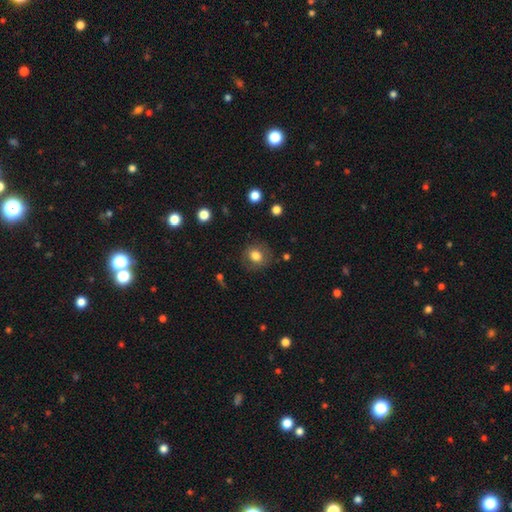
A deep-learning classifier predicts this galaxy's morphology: The model was most divided on "how rounded": round: 78%, in between: 21%, cigar-shaped: 1%. More confident: merging — none (81%); smooth or featured — smooth (78%).